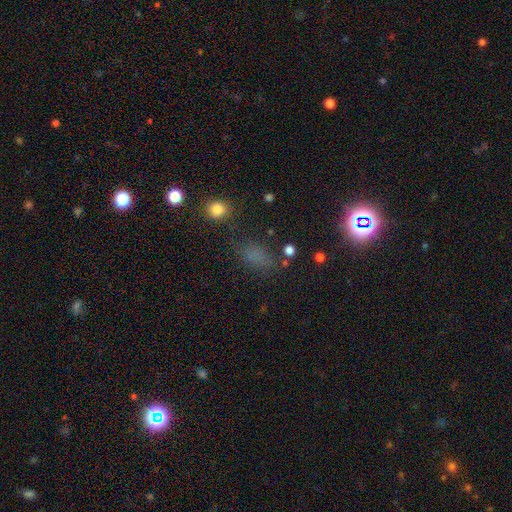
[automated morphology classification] This is possibly a smooth galaxy (58%). How rounded: likely in between (75%). Merging: likely none (69%).